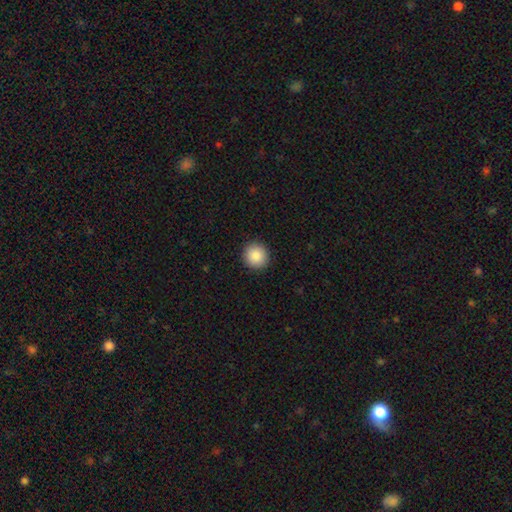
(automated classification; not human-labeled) Smooth or featured? smooth (88%)
How rounded? round (94%)
Merging? none (93%)